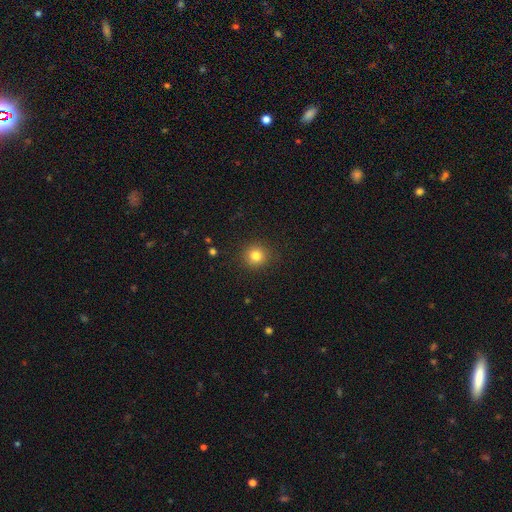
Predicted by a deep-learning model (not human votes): smooth 81%, star or artifact 13%, featured or disk 7%. Down the decision tree: how rounded — round (92%); merging — none (90%).